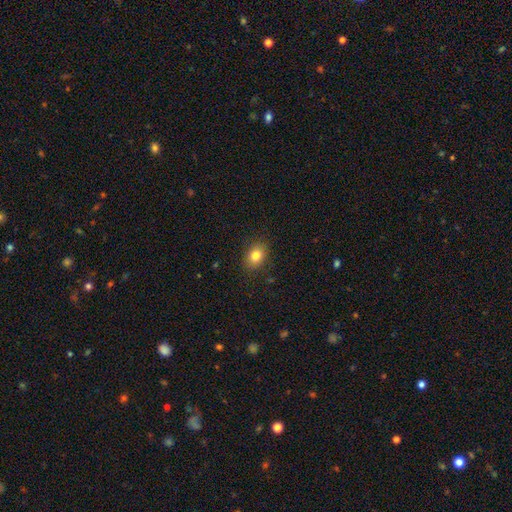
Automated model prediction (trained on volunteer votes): Smooth or featured? smooth (82%)
How rounded? in between (66%)
Merging? none (87%)